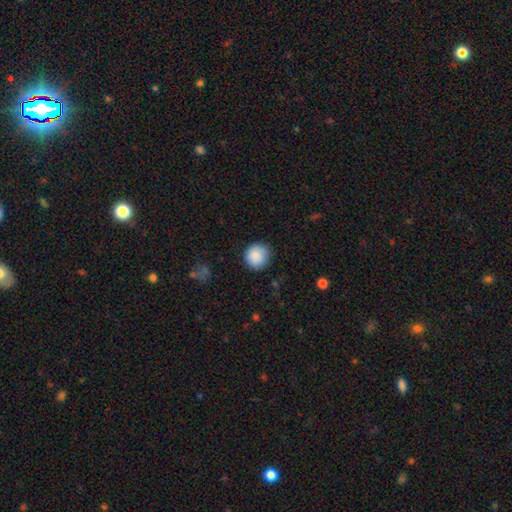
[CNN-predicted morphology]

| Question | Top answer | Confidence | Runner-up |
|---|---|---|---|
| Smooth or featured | smooth | 88% | star or artifact (7%) |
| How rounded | round | 93% | in between (7%) |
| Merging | none | 86% | minor disturbance (10%) |